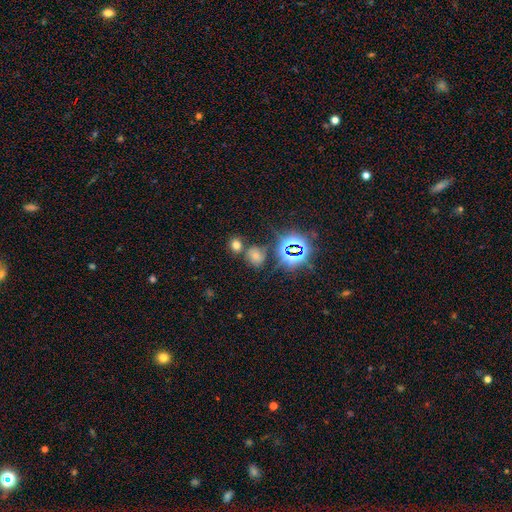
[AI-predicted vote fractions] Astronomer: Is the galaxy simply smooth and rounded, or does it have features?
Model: smooth — 50% (runner-up: star or artifact, 40%).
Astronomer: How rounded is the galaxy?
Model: round — 61% (runner-up: in between, 37%).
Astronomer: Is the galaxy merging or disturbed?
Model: none — 67%.